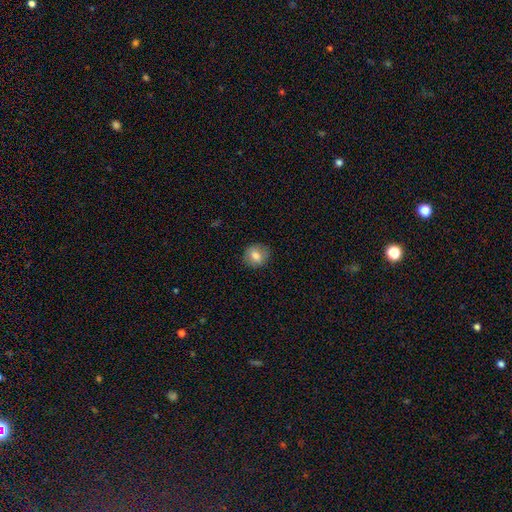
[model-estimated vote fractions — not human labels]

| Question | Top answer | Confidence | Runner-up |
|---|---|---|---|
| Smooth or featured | smooth | 76% | featured or disk (16%) |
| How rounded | round | 73% | in between (26%) |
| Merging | none | 83% | minor disturbance (12%) |